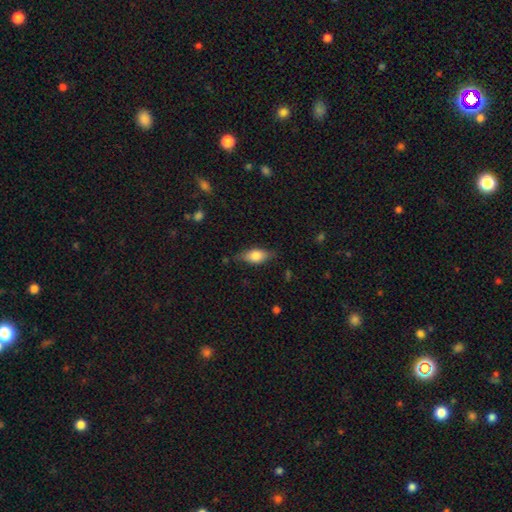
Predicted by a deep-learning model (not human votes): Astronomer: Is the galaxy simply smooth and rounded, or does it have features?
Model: smooth — 72%.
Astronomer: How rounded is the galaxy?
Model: in between — 85%.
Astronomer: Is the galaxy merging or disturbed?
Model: none — 73%.